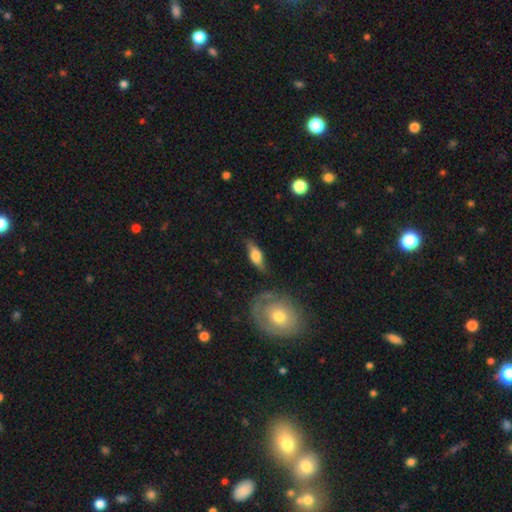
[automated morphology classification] smooth_or_featured: featured or disk (p=0.47) [alt: smooth p=0.45]
merging: none (p=0.73) [alt: minor disturbance p=0.18]